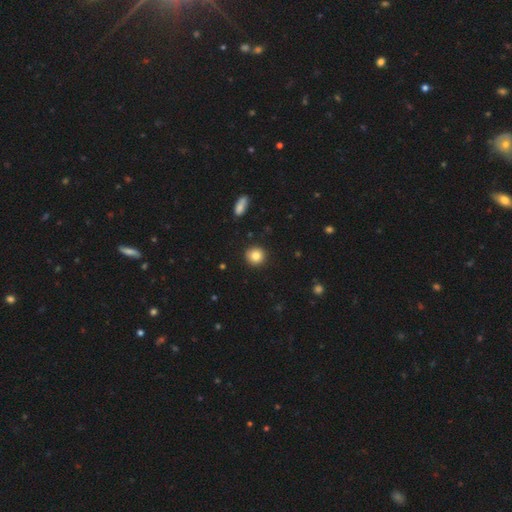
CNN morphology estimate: The model was most divided on "smooth or featured": smooth: 85%, star or artifact: 9%, featured or disk: 6%. More confident: how rounded — round (92%); merging — none (91%).